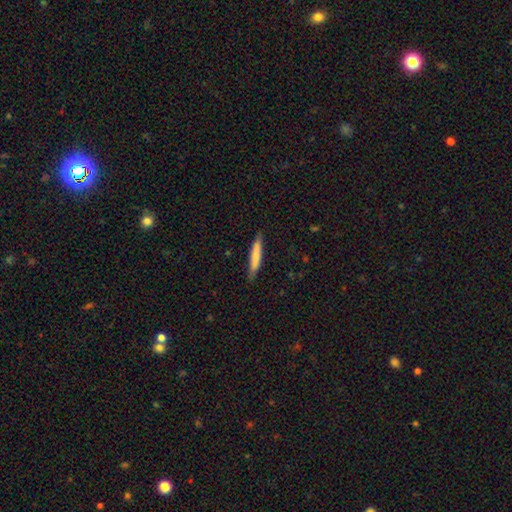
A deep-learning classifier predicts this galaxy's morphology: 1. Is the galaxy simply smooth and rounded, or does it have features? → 74% smooth, 21% featured or disk, 5% star or artifact.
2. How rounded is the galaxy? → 93% cigar-shaped, 6% in between, 1% round.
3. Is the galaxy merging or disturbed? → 84% none, 13% minor disturbance, 2% major disturbance, 1% merger.